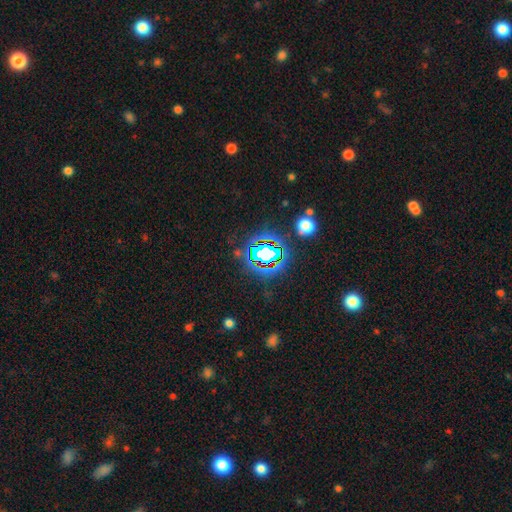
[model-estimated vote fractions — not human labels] A star or artifact, not a galaxy (80%).